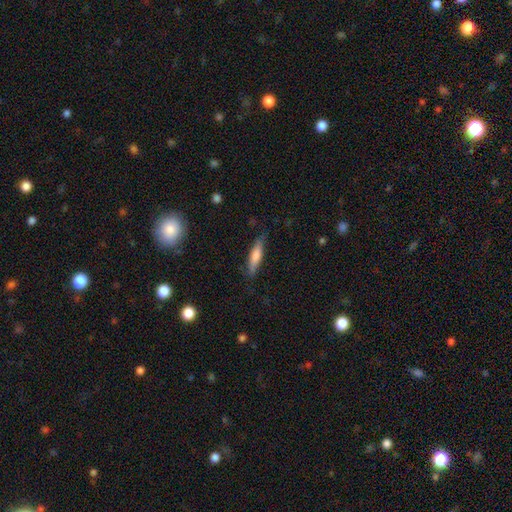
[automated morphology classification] Overall: smooth (67%). How rounded: cigar-shaped (79%). Merging: none (81%).